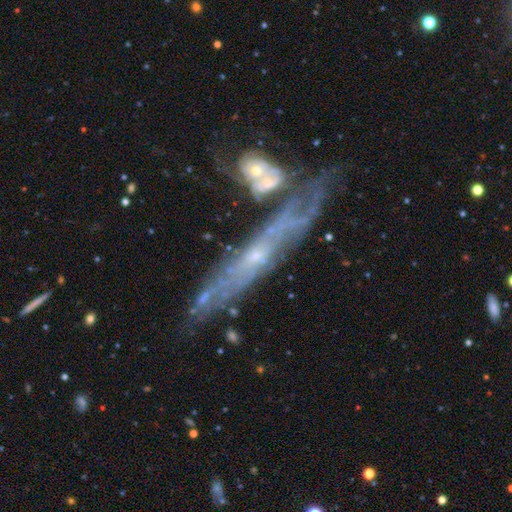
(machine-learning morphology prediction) This appears to be a featured or disk galaxy (74%) viewed edge-on (68%) with a rounded central bulge (58%). Merging: none (63%).